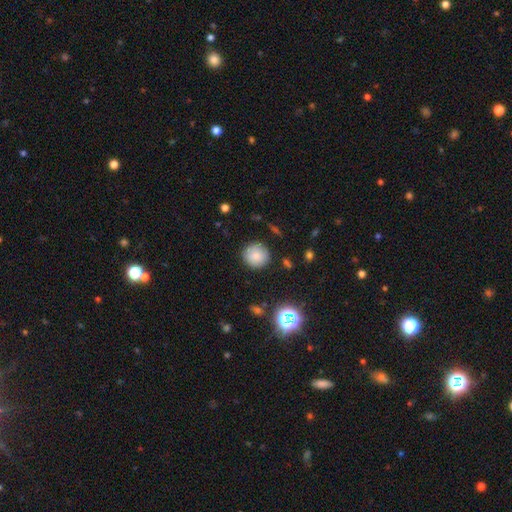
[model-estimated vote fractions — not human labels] Smooth or featured? smooth (82%)
How rounded? round (93%)
Merging? none (87%)